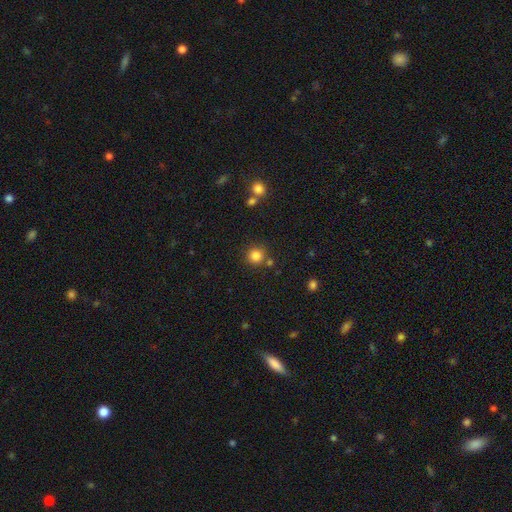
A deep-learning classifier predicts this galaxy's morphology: This is clearly a smooth galaxy (83%). How rounded: clearly round (93%). Merging: likely none (80%).